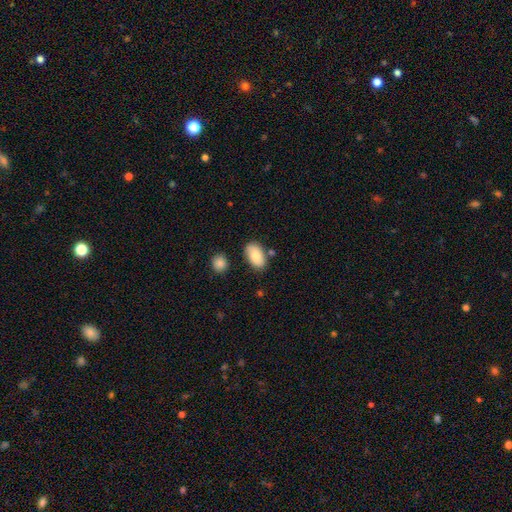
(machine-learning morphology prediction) A smooth galaxy with no disk features (81%) that is in between round and cigar-shaped (93%). Merging: none (78%).